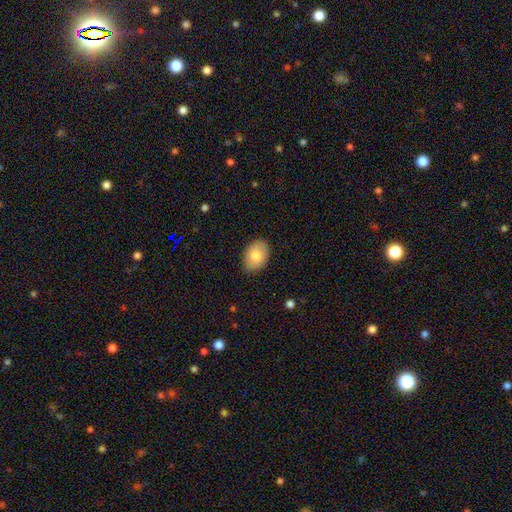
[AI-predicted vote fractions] Smooth or featured?
  - smooth: 78% *
  - featured or disk: 15%
  - star or artifact: 6%
How rounded?
  - in between: 83% *
  - round: 16%
  - cigar-shaped: 1%
Merging?
  - none: 87% *
  - minor disturbance: 10%
  - major disturbance: 2%
  - merger: 1%